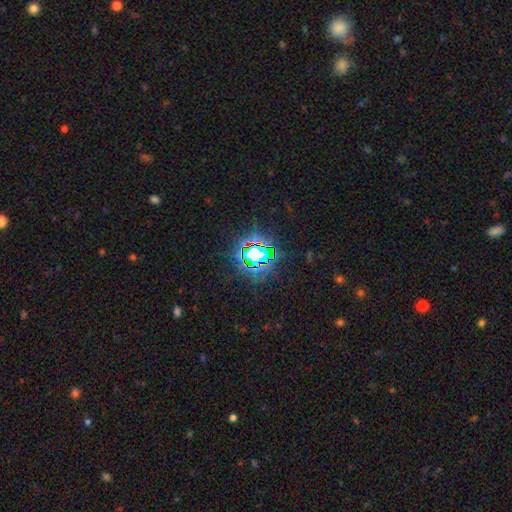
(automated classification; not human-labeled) The model was most divided on "smooth or featured": star or artifact: 77%, smooth: 13%, featured or disk: 10%.